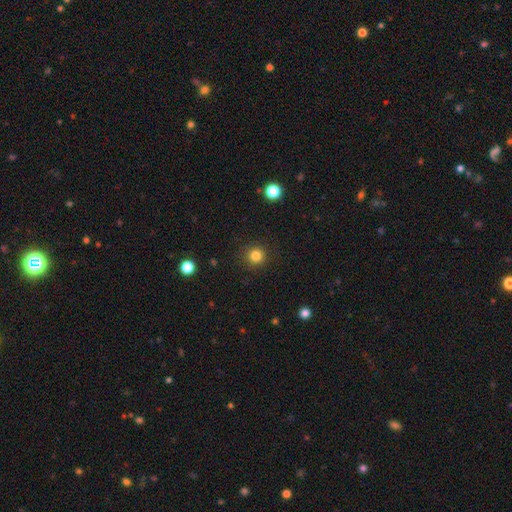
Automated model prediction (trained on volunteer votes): Smooth or featured?
  - smooth: 83% *
  - star or artifact: 13%
  - featured or disk: 4%
How rounded?
  - round: 94% *
  - in between: 5%
  - cigar-shaped: 1%
Merging?
  - none: 91% *
  - minor disturbance: 6%
  - major disturbance: 2%
  - merger: 1%